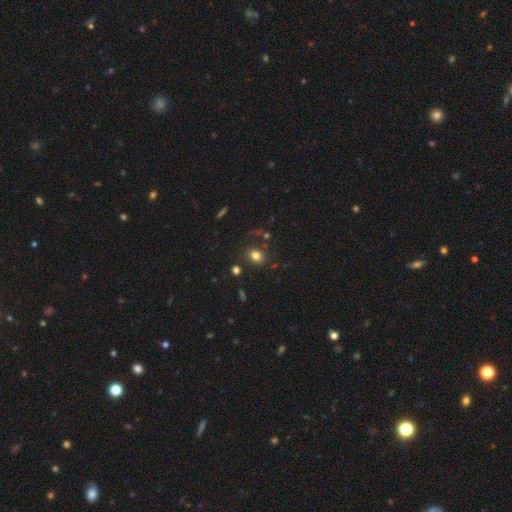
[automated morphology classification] This is likely a smooth galaxy (77%). How rounded: likely round (64%). Merging: likely none (79%).